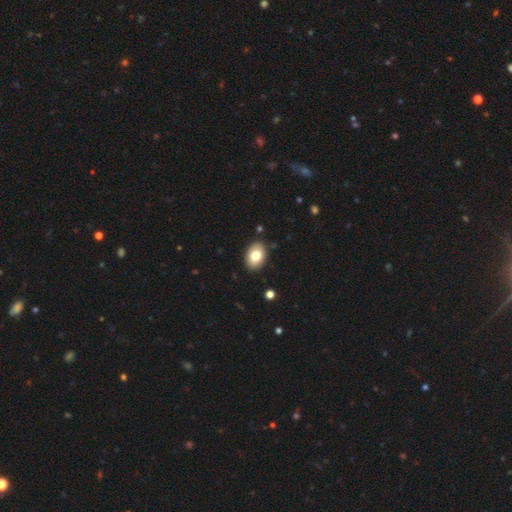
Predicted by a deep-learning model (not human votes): smooth 80%, featured or disk 12%, star or artifact 8%. Down the decision tree: how rounded — in between (83%); merging — none (89%).